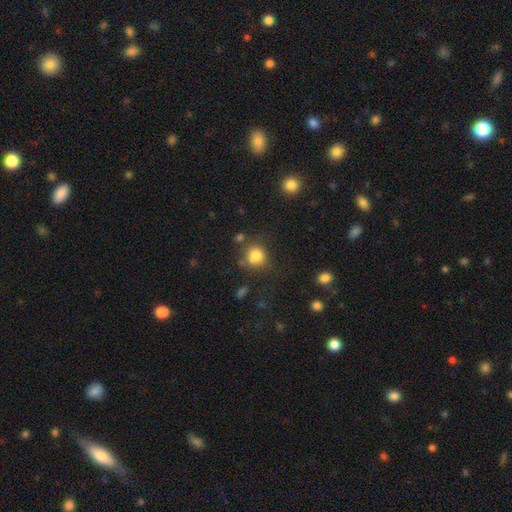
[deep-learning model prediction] This is clearly a smooth galaxy (80%). How rounded: clearly round (81%). Merging: likely none (65%).